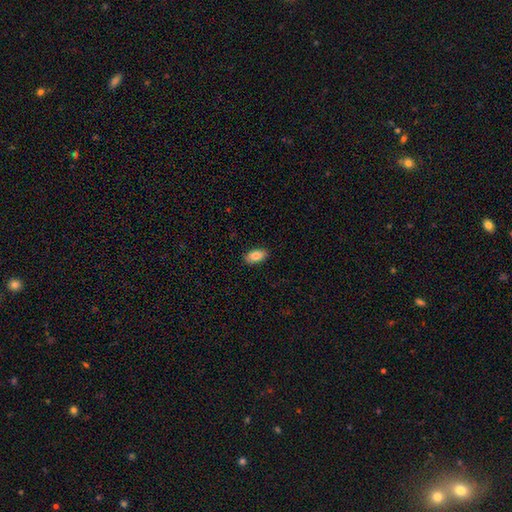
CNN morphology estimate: smooth_or_featured: smooth (p=0.86) [alt: featured or disk p=0.07]
how_rounded: in between (p=0.93) [alt: cigar-shaped p=0.04]
merging: none (p=0.89) [alt: minor disturbance p=0.08]